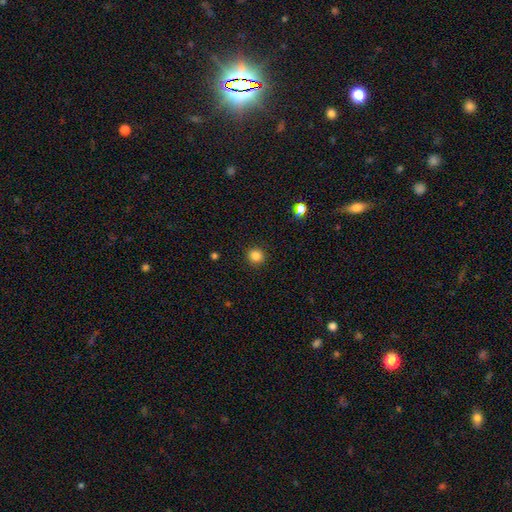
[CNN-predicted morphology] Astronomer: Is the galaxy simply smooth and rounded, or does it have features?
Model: smooth — 84%.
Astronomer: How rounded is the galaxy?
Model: round — 93%.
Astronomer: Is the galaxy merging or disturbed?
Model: none — 92%.